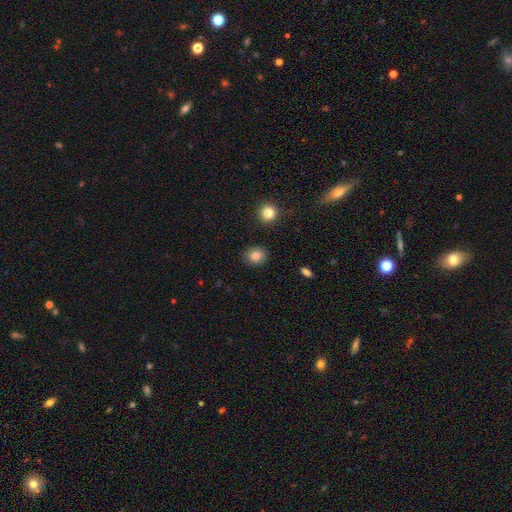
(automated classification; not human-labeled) Smooth or featured: smooth — 82% (star or artifact — 10%)
How rounded: round — 64% (in between — 35%)
Merging: none — 89% (minor disturbance — 7%)